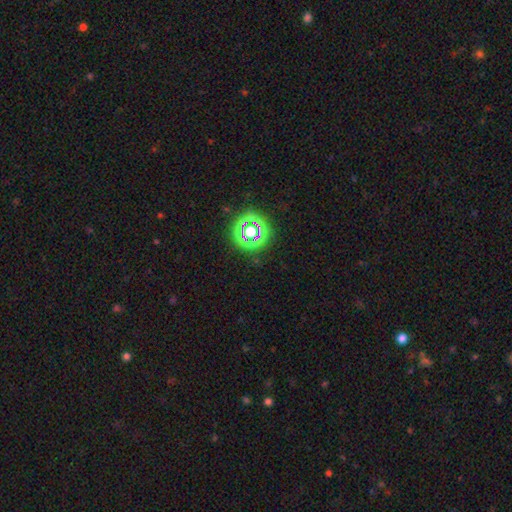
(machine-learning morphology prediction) The model was most divided on "smooth or featured": star or artifact: 78%, smooth: 14%, featured or disk: 7%.